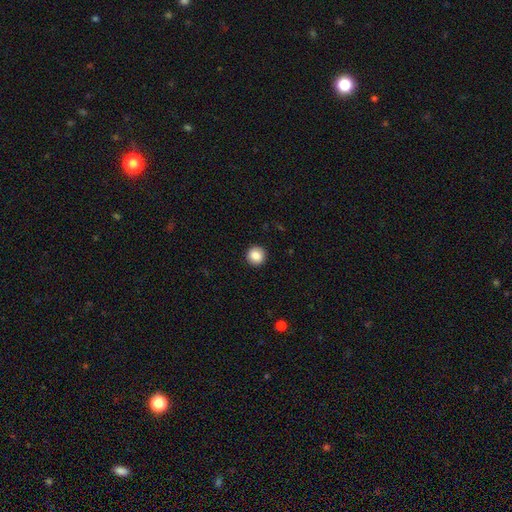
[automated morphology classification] Overall: smooth (87%). How rounded: round (95%). Merging: none (93%).